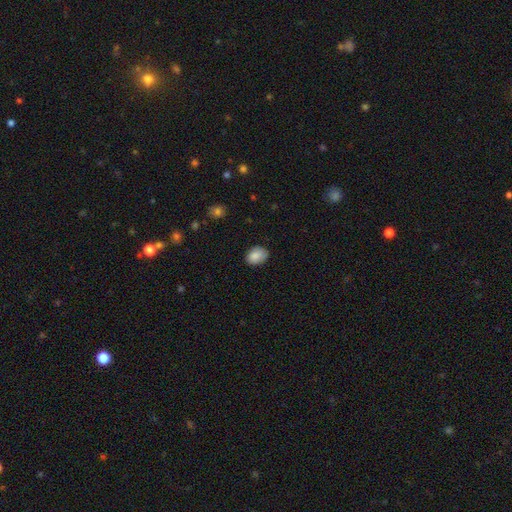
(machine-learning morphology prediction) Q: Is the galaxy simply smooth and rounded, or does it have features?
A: smooth — 88%.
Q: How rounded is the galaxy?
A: in between — 76%.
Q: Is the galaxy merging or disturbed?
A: none — 79%.